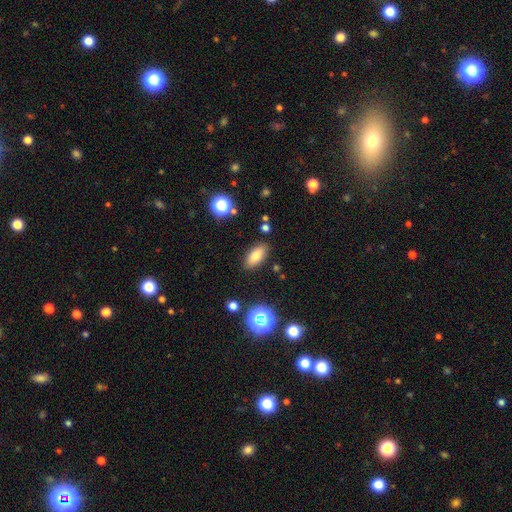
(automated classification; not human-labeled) Q: Smooth or featured?
A: smooth (78%); runner-up: featured or disk (11%)
Q: How rounded?
A: in between (87%); runner-up: cigar-shaped (9%)
Q: Merging?
A: none (86%); runner-up: minor disturbance (9%)